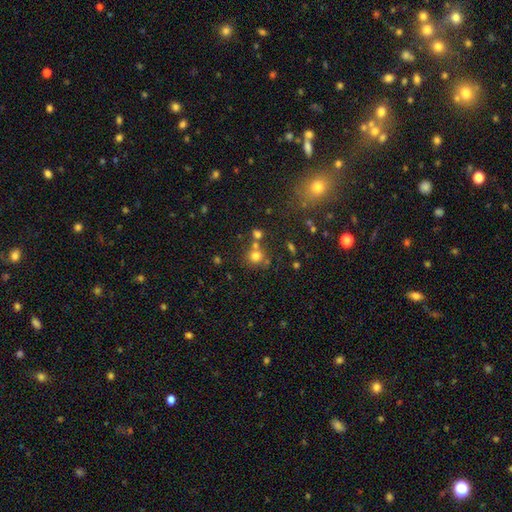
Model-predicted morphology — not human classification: Smooth or featured? smooth (72%)
How rounded? round (87%)
Merging? none (60%)